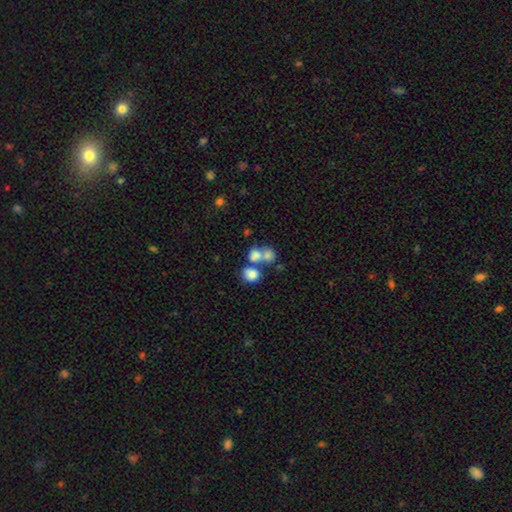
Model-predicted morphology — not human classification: Smooth or featured: smooth — 71% (featured or disk — 16%)
How rounded: round — 58% (in between — 41%)
Merging: merger — 55% (none — 31%)